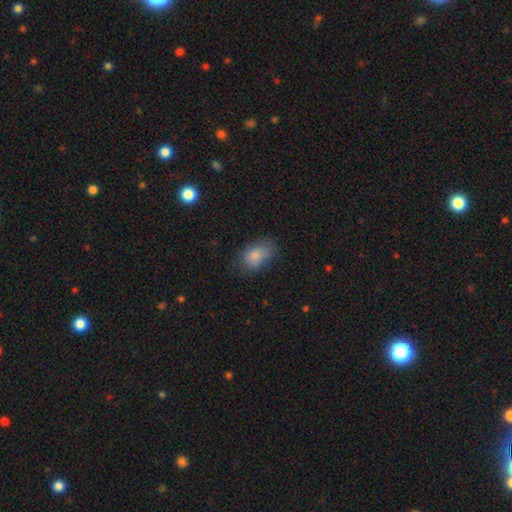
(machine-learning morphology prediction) This appears to be a smooth galaxy with no disk features (84%) that is in between round and cigar-shaped (86%). Merging: none (66%).